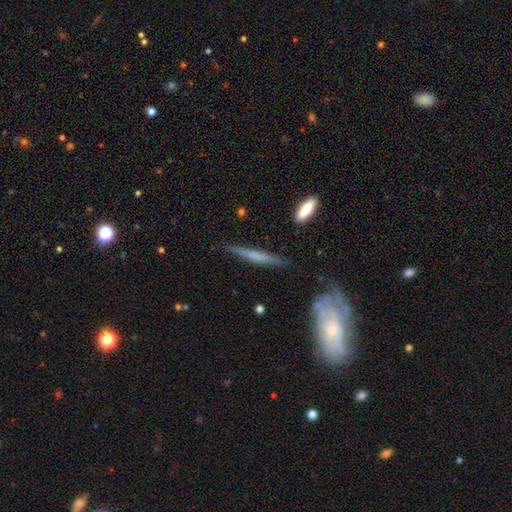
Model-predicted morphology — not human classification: type=featured or disk (56%); edge-on=yes (94%); edge-on bulge=none (58%); merging=none (81%).